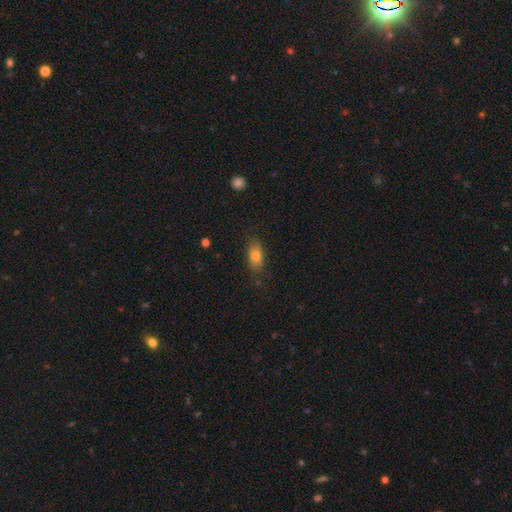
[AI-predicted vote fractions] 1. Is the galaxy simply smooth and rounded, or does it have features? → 73% smooth, 16% featured or disk, 11% star or artifact.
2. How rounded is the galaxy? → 79% in between, 13% cigar-shaped, 8% round.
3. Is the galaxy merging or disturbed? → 78% none, 16% minor disturbance, 4% major disturbance, 1% merger.